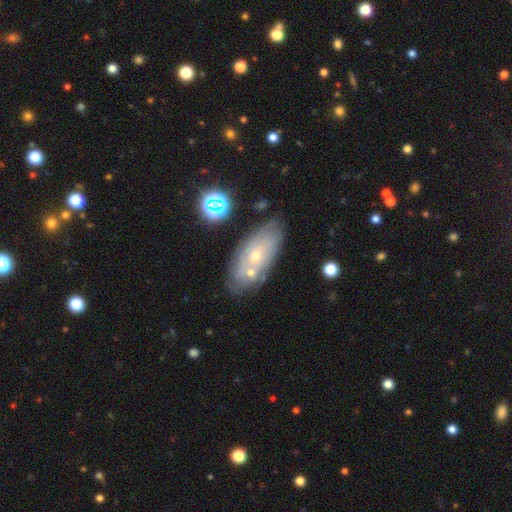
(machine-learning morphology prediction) Q: Smooth or featured?
A: featured or disk (55%); runner-up: smooth (35%)
Q: Edge-on disk?
A: no (86%); runner-up: yes (14%)
Q: Merging?
A: none (68%); runner-up: minor disturbance (17%)